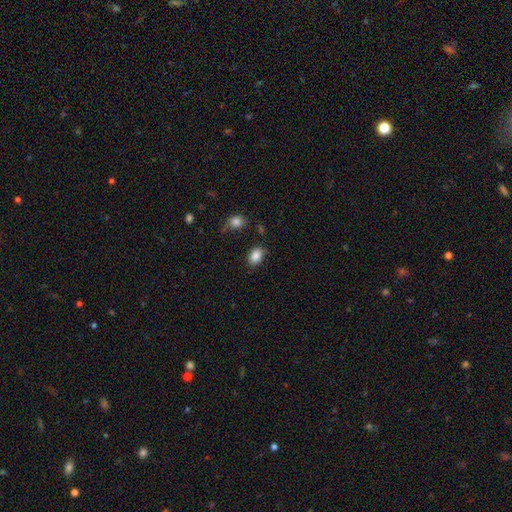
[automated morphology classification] Overall: smooth (86%). How rounded: in between (76%). Merging: none (74%).